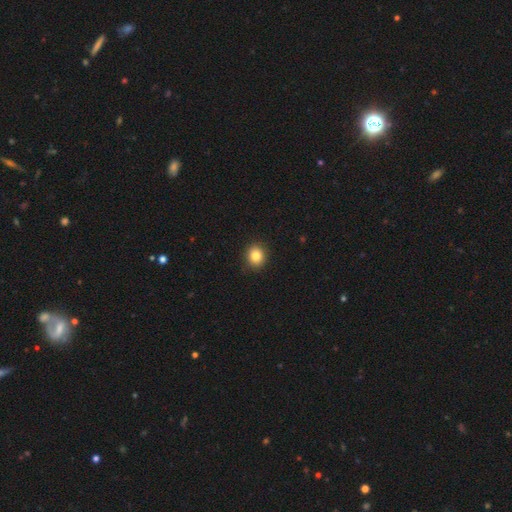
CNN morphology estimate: Q: Smooth or featured?
A: smooth (84%); runner-up: star or artifact (10%)
Q: How rounded?
A: round (79%); runner-up: in between (20%)
Q: Merging?
A: none (90%); runner-up: minor disturbance (7%)